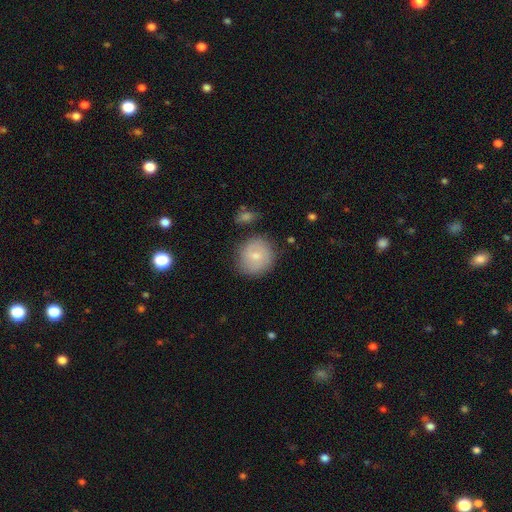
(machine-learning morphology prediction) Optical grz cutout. It shows a smooth galaxy with no disk features (68%) that is round (86%). Merging: none (77%).